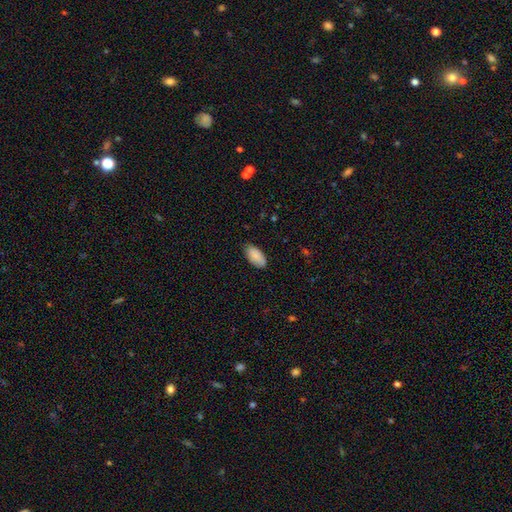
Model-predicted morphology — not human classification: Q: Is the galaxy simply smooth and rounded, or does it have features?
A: smooth — 88%.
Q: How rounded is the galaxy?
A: in between — 95%.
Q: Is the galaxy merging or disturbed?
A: none — 79%.